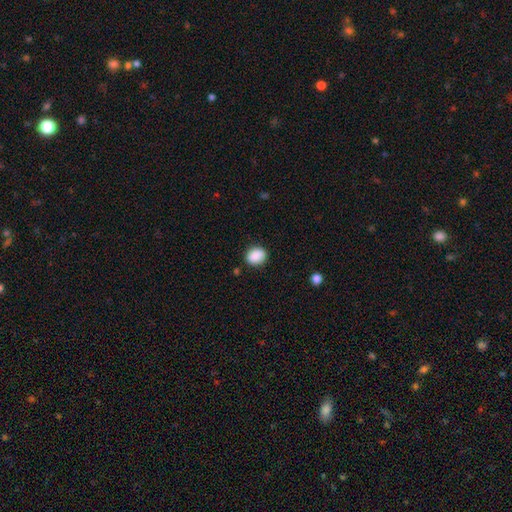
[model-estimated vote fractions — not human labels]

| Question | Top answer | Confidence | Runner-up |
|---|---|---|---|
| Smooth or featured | smooth | 87% | star or artifact (8%) |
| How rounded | round | 62% | in between (37%) |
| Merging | none | 83% | minor disturbance (13%) |